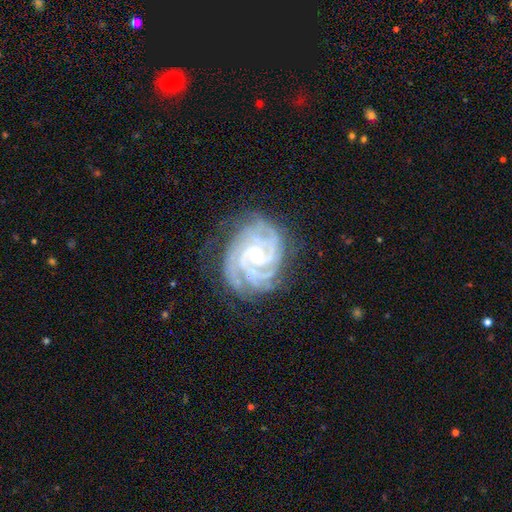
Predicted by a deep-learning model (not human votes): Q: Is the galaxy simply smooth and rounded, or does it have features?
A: featured or disk — 91%.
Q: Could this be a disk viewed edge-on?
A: no — 98%.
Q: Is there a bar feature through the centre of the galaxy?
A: no — 63%.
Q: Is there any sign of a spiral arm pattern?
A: yes — 99%.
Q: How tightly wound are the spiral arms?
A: tight — 75%.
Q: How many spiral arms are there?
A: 3 — 31%.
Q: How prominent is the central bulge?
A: small — 68%.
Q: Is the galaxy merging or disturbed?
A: none — 74%.